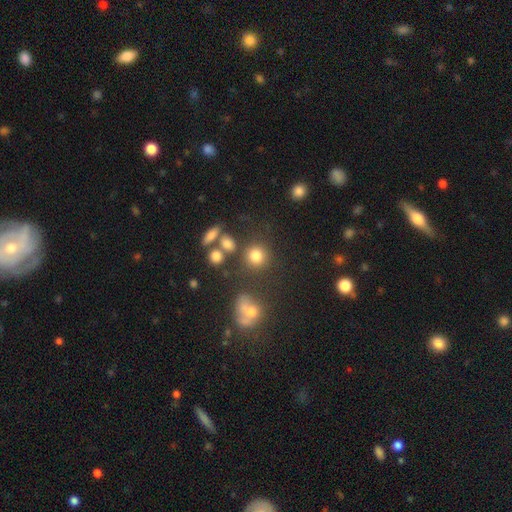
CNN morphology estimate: Smooth or featured: smooth — 77% (star or artifact — 14%)
How rounded: round — 85% (in between — 14%)
Merging: none — 68% (merger — 14%)